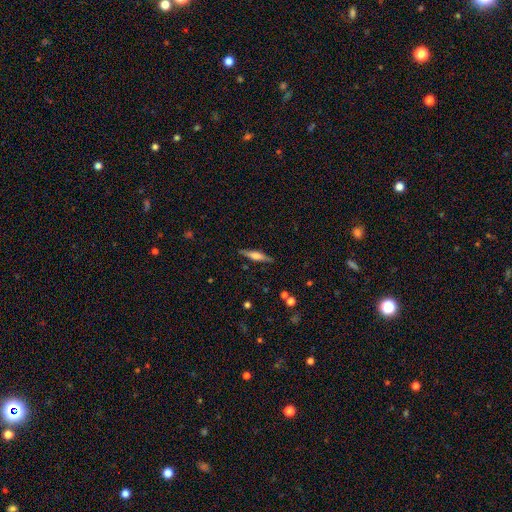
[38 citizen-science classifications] Q: Smooth or featured?
A: featured or disk (53%); runner-up: smooth (39%)
Q: Edge-on disk?
A: yes (100%)
Q: Edge-on bulge?
A: rounded (80%); runner-up: boxy (15%)
Q: Merging?
A: none (97%); runner-up: major disturbance (3%)